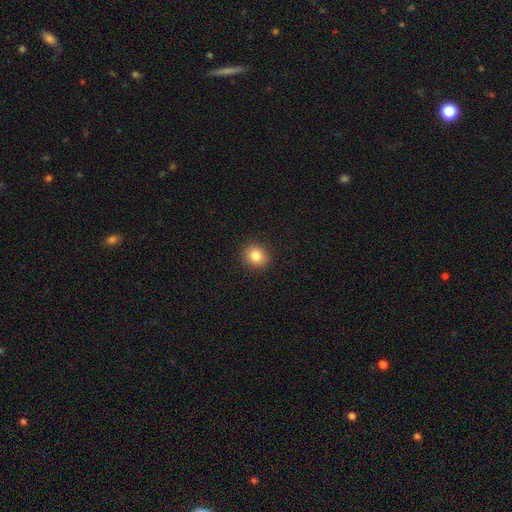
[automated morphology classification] A smooth galaxy with no disk features (83%) that is round (81%).

Vote fractions:
- Smooth or featured? smooth: 83% / star or artifact: 10% / featured or disk: 7%
- How rounded? round: 81% / in between: 18% / cigar-shaped: 1%
- Merging? none: 91% / minor disturbance: 6% / major disturbance: 2% / merger: 1%